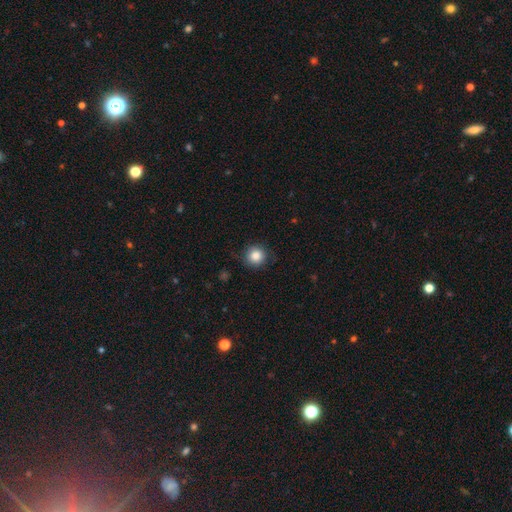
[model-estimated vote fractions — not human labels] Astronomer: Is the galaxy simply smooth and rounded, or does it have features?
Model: smooth — 85%.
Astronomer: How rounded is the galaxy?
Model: round — 93%.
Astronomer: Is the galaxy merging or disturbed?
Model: none — 86%.